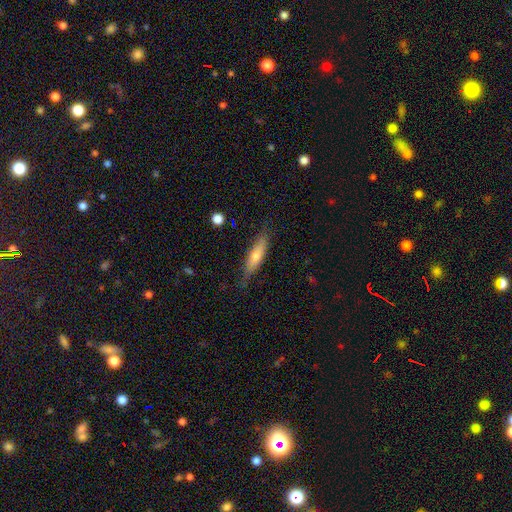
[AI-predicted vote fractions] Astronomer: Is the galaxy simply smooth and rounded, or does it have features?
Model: smooth — 57% (runner-up: featured or disk, 37%).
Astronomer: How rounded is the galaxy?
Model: cigar-shaped — 71%.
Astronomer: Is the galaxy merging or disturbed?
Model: none — 77%.